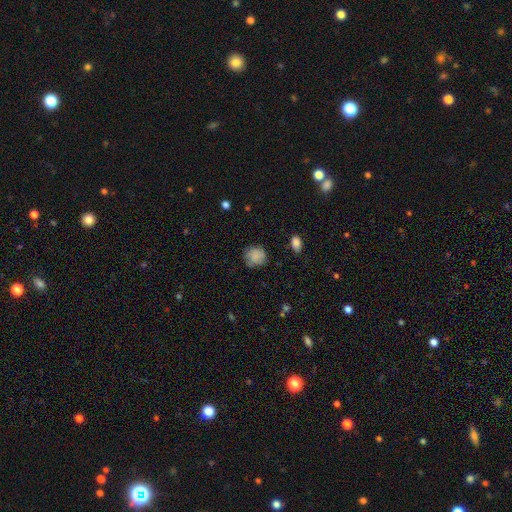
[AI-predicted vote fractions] The model was most divided on "merging": none: 71%, minor disturbance: 21%, major disturbance: 6%, merger: 2%. More confident: how rounded — round (77%); smooth or featured — smooth (75%).